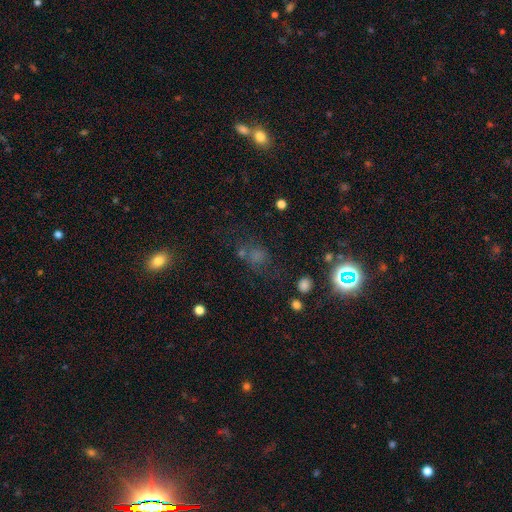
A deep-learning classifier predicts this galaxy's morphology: Q: Smooth or featured?
A: smooth (48%); runner-up: star or artifact (38%)
Q: Merging?
A: none (58%); runner-up: minor disturbance (17%)